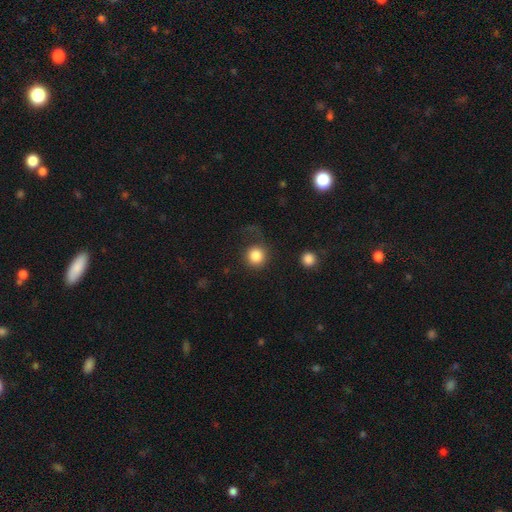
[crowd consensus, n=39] smooth-or-featured: smooth: 82% | star or artifact: 10% | featured or disk: 8%
  how-rounded: round: 97% | in between: 3% | cigar-shaped: 0%
  merging: none: 54% | minor disturbance: 23% | major disturbance: 20% | merger: 3%